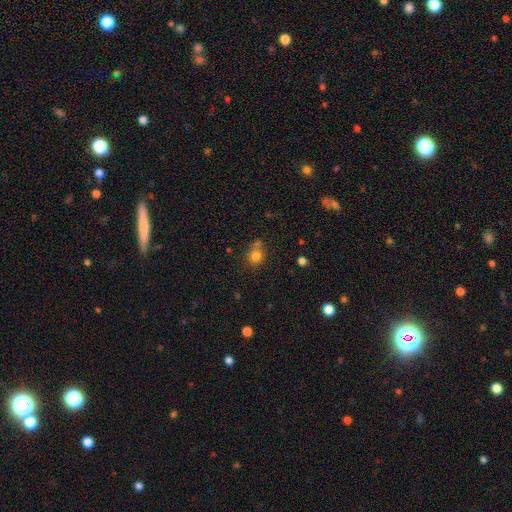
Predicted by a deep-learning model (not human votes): Smooth or featured? smooth (80%)
How rounded? round (75%)
Merging? none (54%)